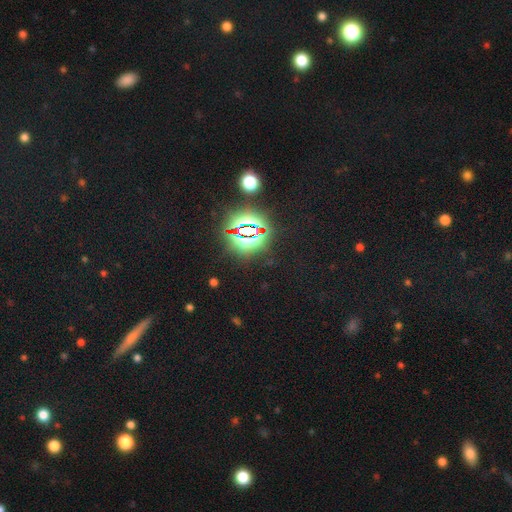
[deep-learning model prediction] Smooth or featured? star or artifact (80%)